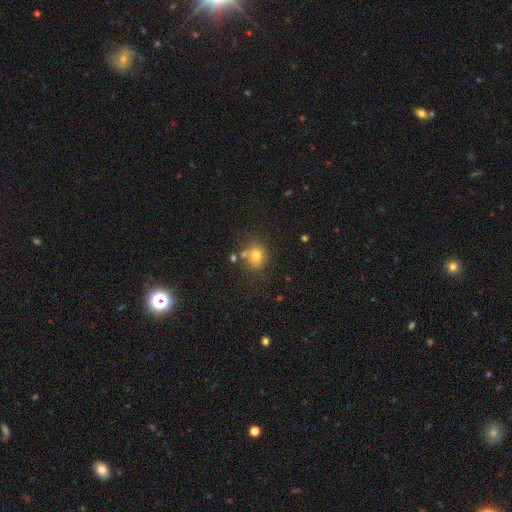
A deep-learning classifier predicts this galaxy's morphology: smooth_or_featured: smooth (p=0.75) [alt: star or artifact p=0.14]
how_rounded: round (p=0.74) [alt: in between p=0.25]
merging: none (p=0.67) [alt: merger p=0.16]